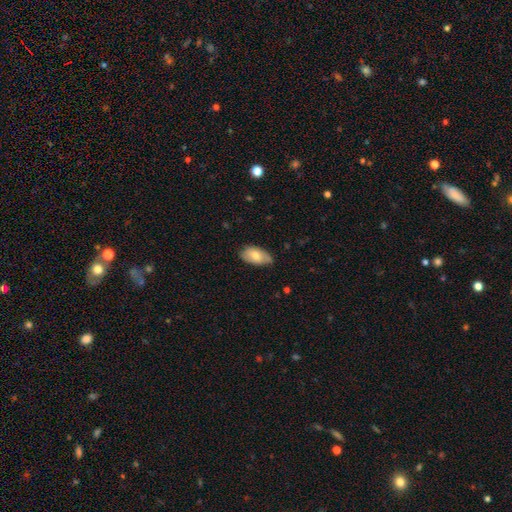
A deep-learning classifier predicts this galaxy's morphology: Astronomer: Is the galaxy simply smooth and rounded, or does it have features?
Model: smooth — 70%.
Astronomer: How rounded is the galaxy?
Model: in between — 94%.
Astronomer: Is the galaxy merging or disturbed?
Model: none — 68%.